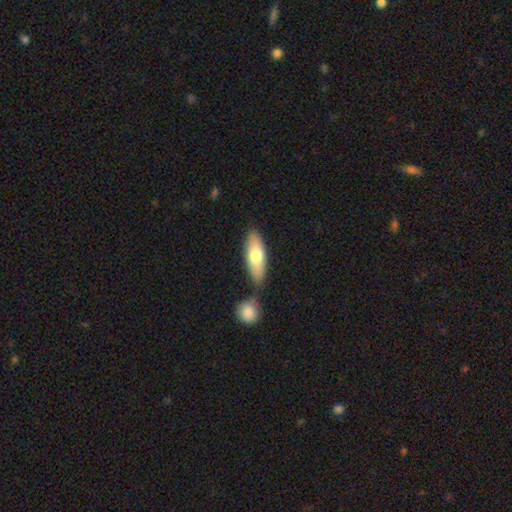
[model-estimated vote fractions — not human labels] smooth_or_featured: smooth (p=0.71) [alt: featured or disk p=0.23]
how_rounded: in between (p=0.65) [alt: cigar-shaped p=0.32]
merging: none (p=0.67) [alt: merger p=0.17]